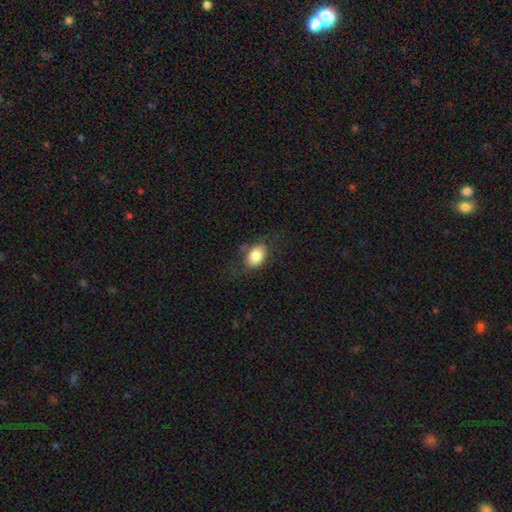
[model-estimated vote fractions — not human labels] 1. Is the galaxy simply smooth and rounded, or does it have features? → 82% smooth, 11% featured or disk, 8% star or artifact.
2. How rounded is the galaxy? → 83% in between, 16% round, 1% cigar-shaped.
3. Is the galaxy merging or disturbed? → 70% none, 19% minor disturbance, 8% major disturbance, 3% merger.